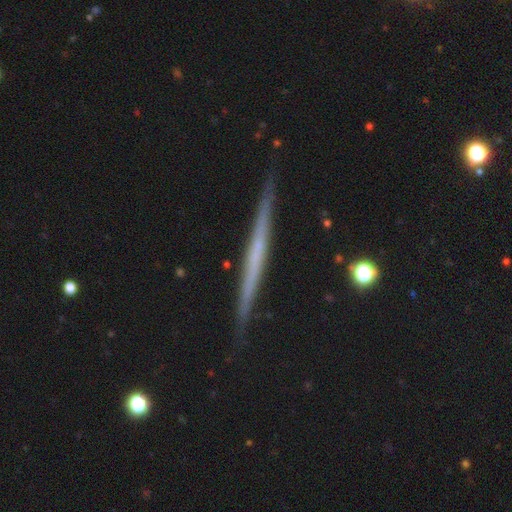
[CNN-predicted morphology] featured or disk 64%, smooth 29%, star or artifact 7%. Down the decision tree: edge-on disk — yes (98%); edge-on bulge — none (88%); merging — none (91%).